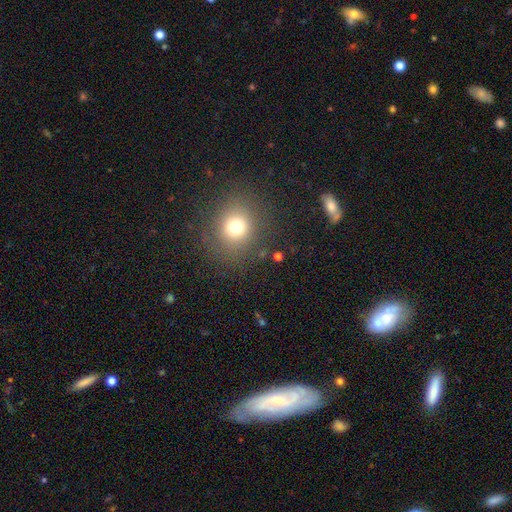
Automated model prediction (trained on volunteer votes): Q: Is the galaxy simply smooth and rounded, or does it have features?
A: smooth — 61%.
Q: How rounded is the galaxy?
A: round — 80%.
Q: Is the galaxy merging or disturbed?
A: none — 89%.